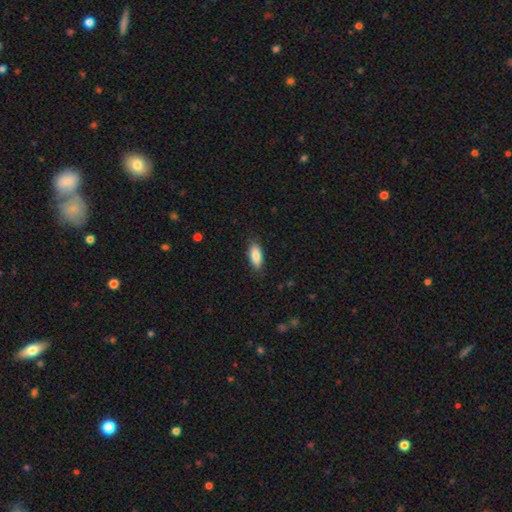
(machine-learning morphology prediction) A smooth galaxy with no disk features (87%) that is in between round and cigar-shaped (83%).

Vote fractions:
- Smooth or featured? smooth: 87% / featured or disk: 7% / star or artifact: 6%
- How rounded? in between: 83% / cigar-shaped: 15% / round: 2%
- Merging? none: 85% / minor disturbance: 12% / major disturbance: 3% / merger: 1%